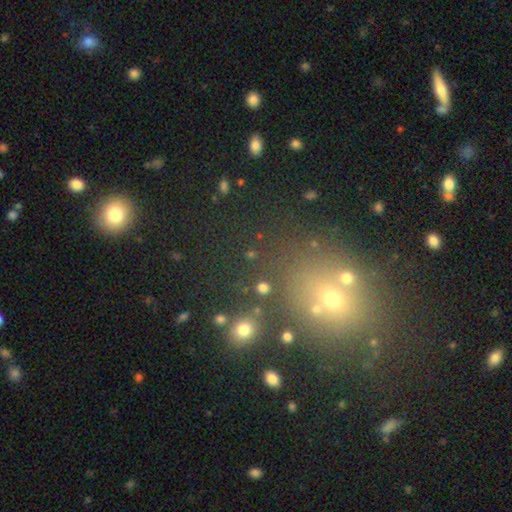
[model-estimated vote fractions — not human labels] smooth 45%, star or artifact 42%, featured or disk 14%. Down the decision tree: merging — none (68%).